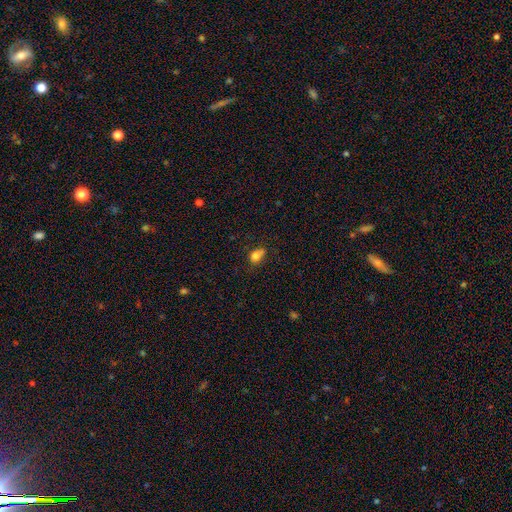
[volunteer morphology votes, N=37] Overall: smooth (84%). How rounded: in between (68%; round 32%). Merging: minor disturbance (51%; none 26%).